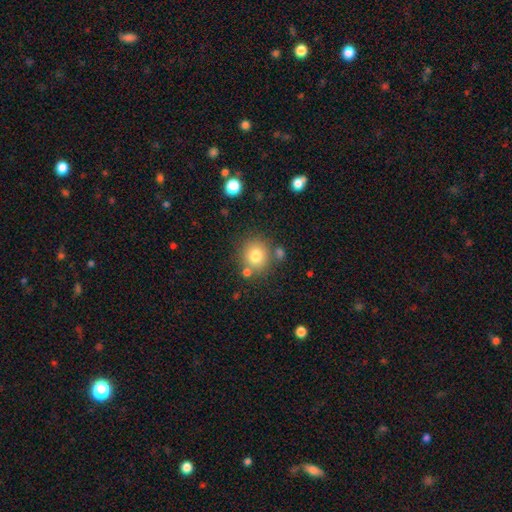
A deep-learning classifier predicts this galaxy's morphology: Overall: smooth (78%). How rounded: round (86%). Merging: none (74%).